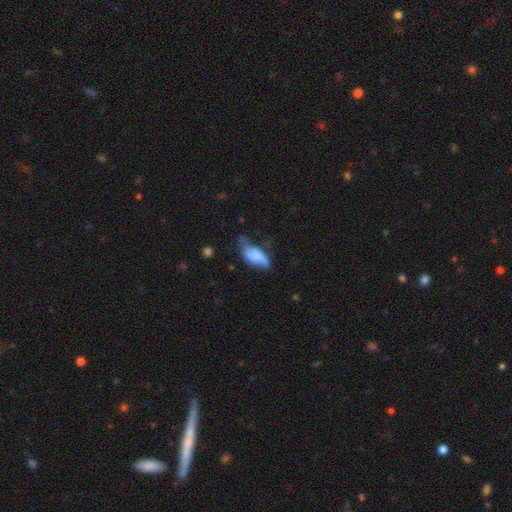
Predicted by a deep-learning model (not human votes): Q: Smooth or featured?
A: smooth (63%); runner-up: featured or disk (28%)
Q: How rounded?
A: in between (88%); runner-up: cigar-shaped (9%)
Q: Merging?
A: minor disturbance (38%); runner-up: none (33%)